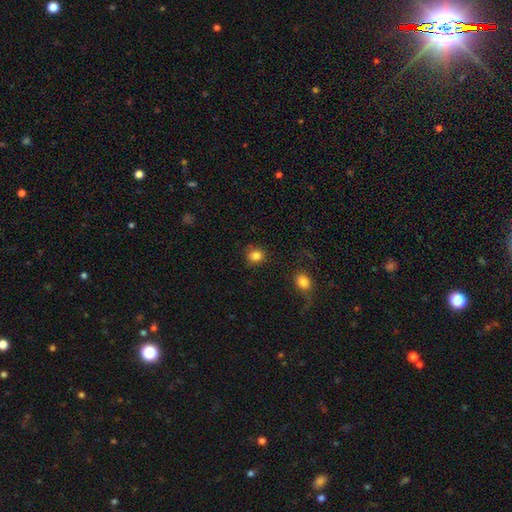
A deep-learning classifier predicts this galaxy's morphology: A smooth galaxy with no disk features (85%) that is round (78%). Merging: none (84%).